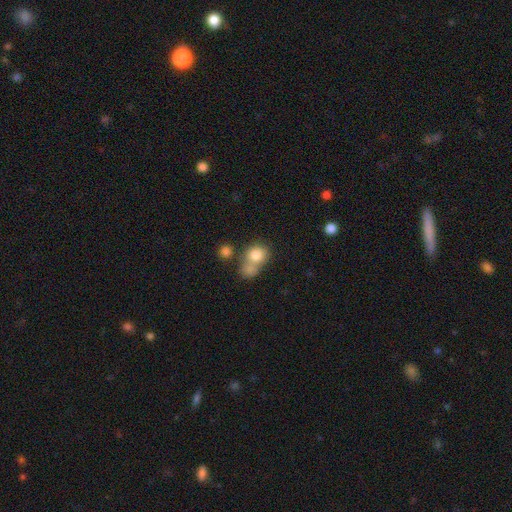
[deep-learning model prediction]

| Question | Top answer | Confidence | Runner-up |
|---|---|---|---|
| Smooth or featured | smooth | 80% | featured or disk (11%) |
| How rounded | round | 62% | in between (37%) |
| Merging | merger | 51% | none (31%) |